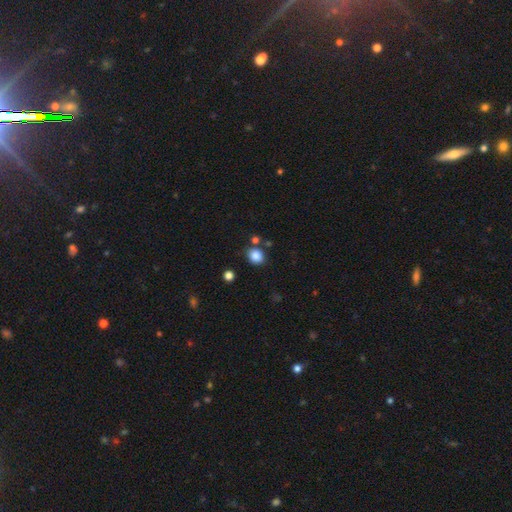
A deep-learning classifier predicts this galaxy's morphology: Smooth or featured: smooth — 85% (star or artifact — 11%)
How rounded: round — 70% (in between — 29%)
Merging: none — 77% (minor disturbance — 11%)